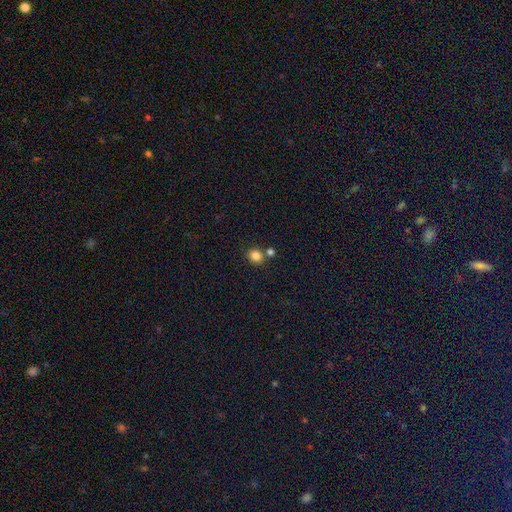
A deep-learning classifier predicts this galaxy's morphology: This is clearly a smooth galaxy (83%). How rounded: likely round (75%). Merging: likely none (71%).